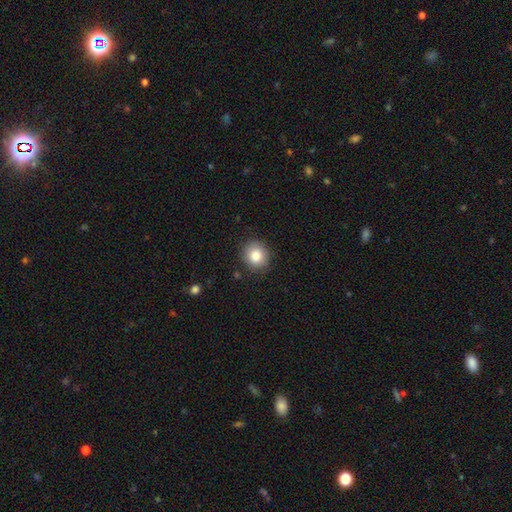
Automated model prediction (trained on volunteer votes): This appears to be a smooth galaxy with no disk features (84%) that is round (78%). Merging: none (86%).